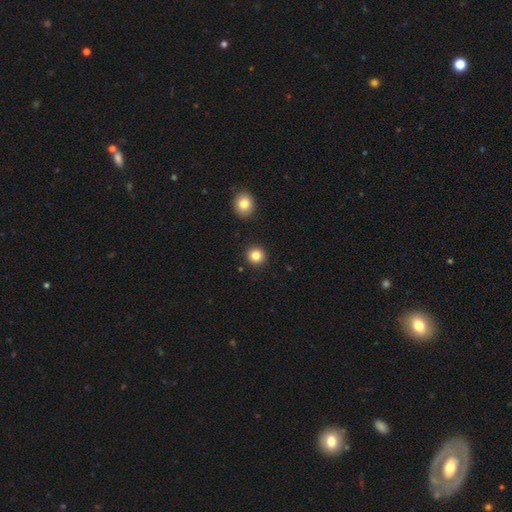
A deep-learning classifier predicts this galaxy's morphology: smooth 84%, star or artifact 11%, featured or disk 5%. Down the decision tree: how rounded — round (93%); merging — none (92%).